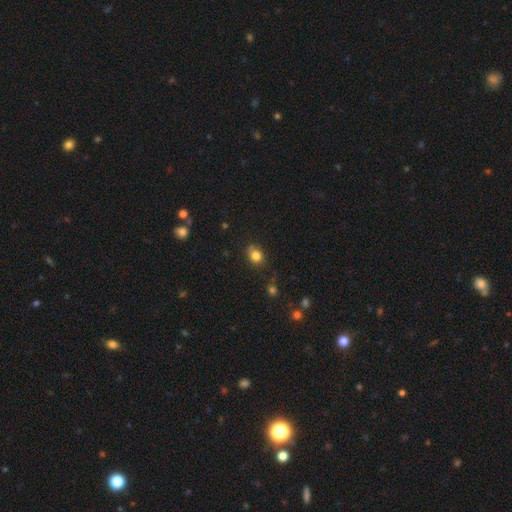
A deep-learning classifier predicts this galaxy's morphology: type=smooth (80%); roundness=round (54%); merging=none (67%).